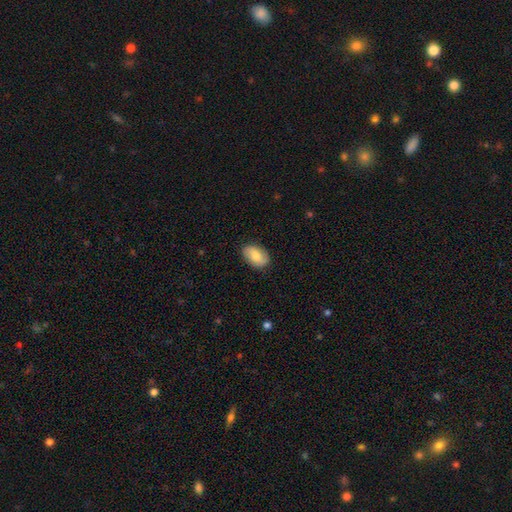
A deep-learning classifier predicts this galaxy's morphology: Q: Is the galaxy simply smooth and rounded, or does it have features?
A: smooth — 66%.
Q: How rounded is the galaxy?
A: in between — 90%.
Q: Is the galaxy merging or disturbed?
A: none — 84%.